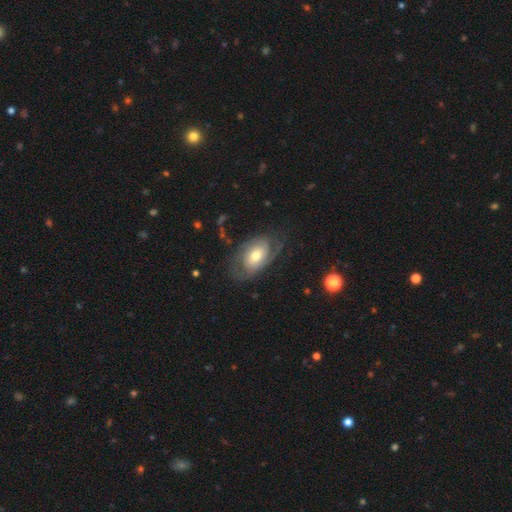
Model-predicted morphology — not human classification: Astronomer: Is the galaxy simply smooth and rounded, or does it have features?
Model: featured or disk — 65%.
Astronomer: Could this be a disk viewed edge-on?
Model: no — 94%.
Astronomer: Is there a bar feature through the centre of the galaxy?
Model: no — 69%.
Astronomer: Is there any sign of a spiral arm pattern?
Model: yes — 79%.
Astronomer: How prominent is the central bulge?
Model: moderate — 67%.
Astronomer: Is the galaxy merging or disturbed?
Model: none — 60%.